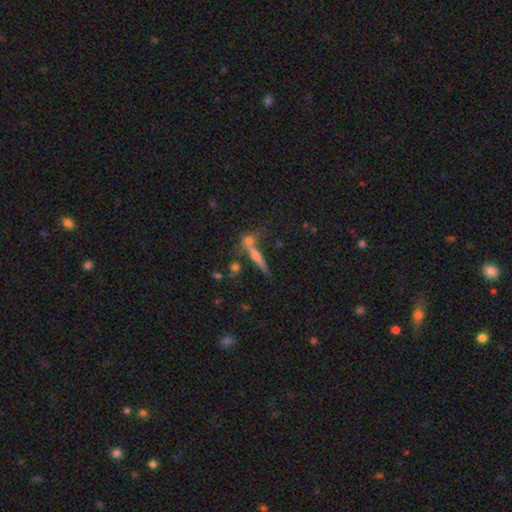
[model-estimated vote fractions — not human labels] A featured or disk galaxy (61%) viewed edge-on (92%) with a rounded central bulge (82%).

Vote fractions:
- Smooth or featured? featured or disk: 61% / smooth: 28% / star or artifact: 11%
- Edge-on disk? yes: 92% / no: 8%
- Edge-on bulge? rounded: 82% / none: 12% / boxy: 6%
- Merging? none: 59% / merger: 26% / minor disturbance: 11% / major disturbance: 5%